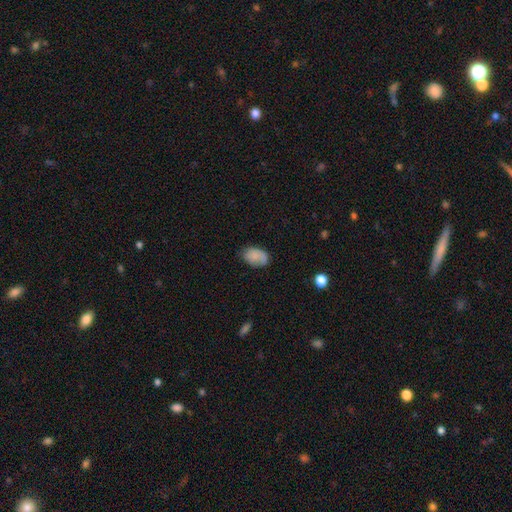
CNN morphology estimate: smooth-or-featured: smooth: 80% | featured or disk: 12% | star or artifact: 8%
  how-rounded: in between: 87% | round: 11% | cigar-shaped: 1%
  merging: none: 69% | minor disturbance: 23% | major disturbance: 6% | merger: 2%